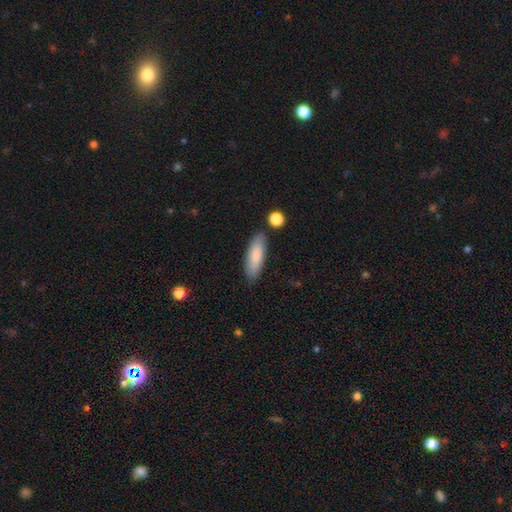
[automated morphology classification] A smooth galaxy with no disk features (84%) that is in between round and cigar-shaped (57%).

Vote fractions:
- Smooth or featured? smooth: 84% / featured or disk: 11% / star or artifact: 6%
- How rounded? in between: 57% / cigar-shaped: 42% / round: 2%
- Merging? none: 81% / minor disturbance: 12% / merger: 4% / major disturbance: 3%